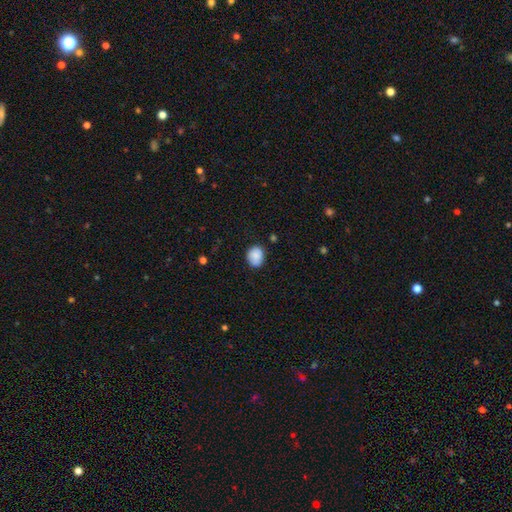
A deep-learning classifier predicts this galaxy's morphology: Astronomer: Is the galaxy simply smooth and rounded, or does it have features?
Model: smooth — 87%.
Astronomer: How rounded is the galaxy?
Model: in between — 50% (runner-up: round, 49%).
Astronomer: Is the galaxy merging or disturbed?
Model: none — 76%.